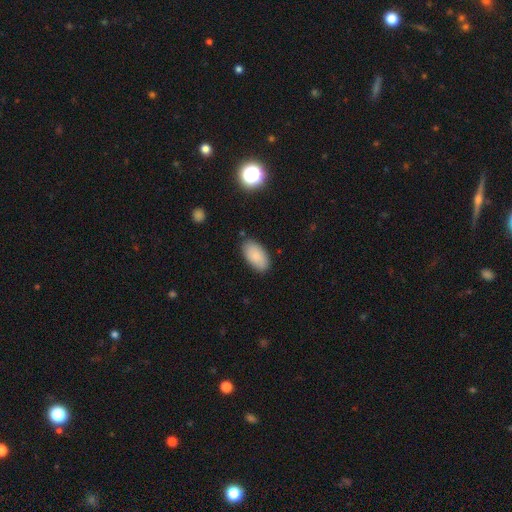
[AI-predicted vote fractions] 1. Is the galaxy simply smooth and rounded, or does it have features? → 86% smooth, 7% featured or disk, 7% star or artifact.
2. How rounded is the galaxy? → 95% in between, 3% round, 2% cigar-shaped.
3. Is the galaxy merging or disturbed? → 84% none, 12% minor disturbance, 3% major disturbance, 2% merger.